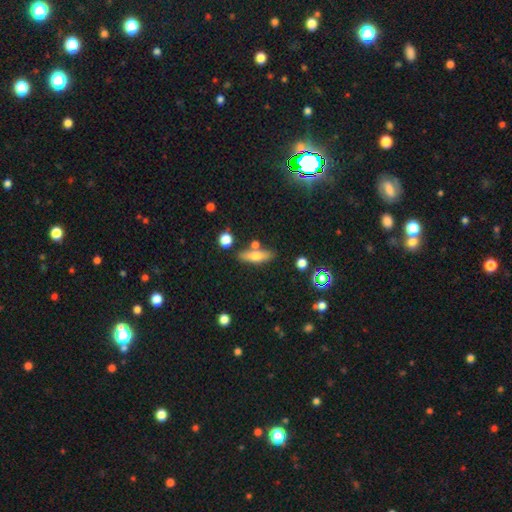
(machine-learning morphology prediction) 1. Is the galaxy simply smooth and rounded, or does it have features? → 64% smooth, 27% featured or disk, 9% star or artifact.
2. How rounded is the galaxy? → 51% cigar-shaped, 45% in between, 4% round.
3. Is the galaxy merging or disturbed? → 72% none, 13% minor disturbance, 11% merger, 4% major disturbance.